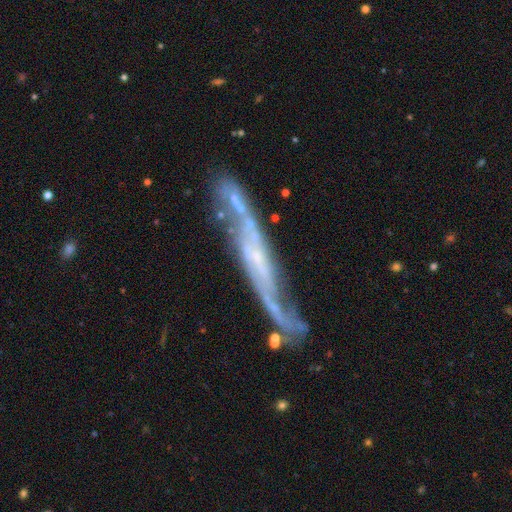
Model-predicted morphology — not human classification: Smooth or featured? Predicted: featured or disk (p=0.75). Edge-on disk? Predicted: no (p=0.56). Merging? Predicted: none (p=0.43).